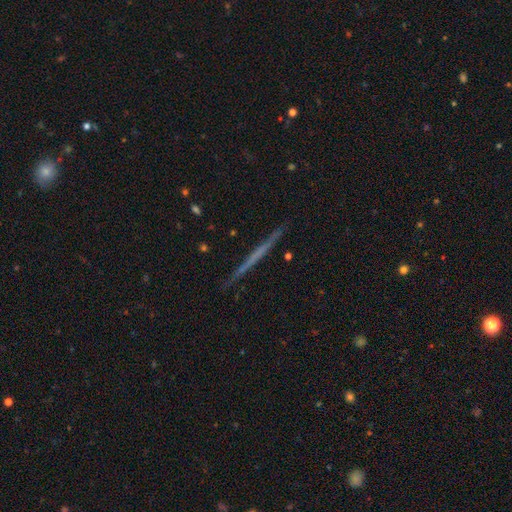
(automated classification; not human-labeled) smooth_or_featured: featured or disk (p=0.60) [alt: smooth p=0.33]
disk_edge_on: yes (p=0.97) [alt: no p=0.03]
edge_on_bulge: none (p=0.89) [alt: rounded p=0.07]
merging: none (p=0.91) [alt: minor disturbance p=0.07]